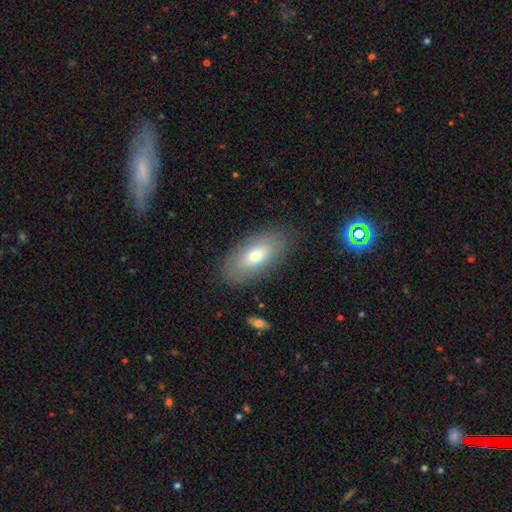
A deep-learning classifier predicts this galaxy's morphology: type=smooth (67%); roundness=in between (88%); merging=none (84%).